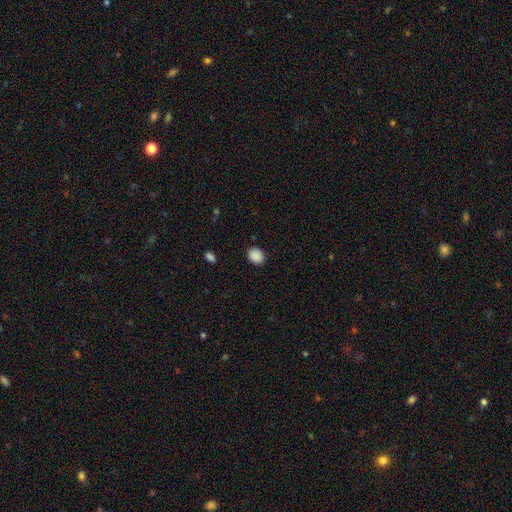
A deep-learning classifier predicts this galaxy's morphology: Q: Smooth or featured?
A: smooth (89%); runner-up: star or artifact (8%)
Q: How rounded?
A: round (55%); runner-up: in between (44%)
Q: Merging?
A: none (89%); runner-up: minor disturbance (8%)